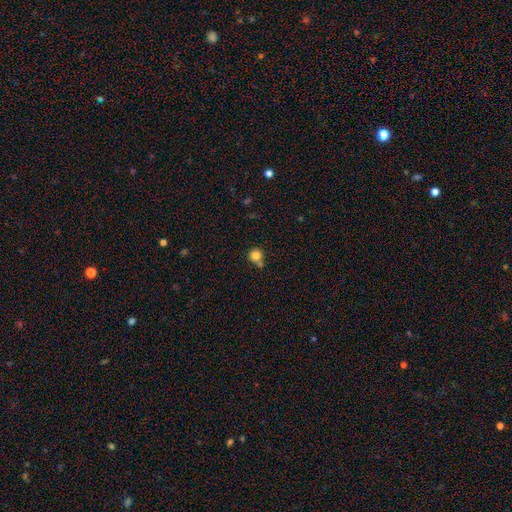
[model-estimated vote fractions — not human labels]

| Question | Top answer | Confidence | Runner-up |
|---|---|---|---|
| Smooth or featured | smooth | 82% | star or artifact (11%) |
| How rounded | round | 91% | in between (8%) |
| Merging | none | 59% | merger (22%) |